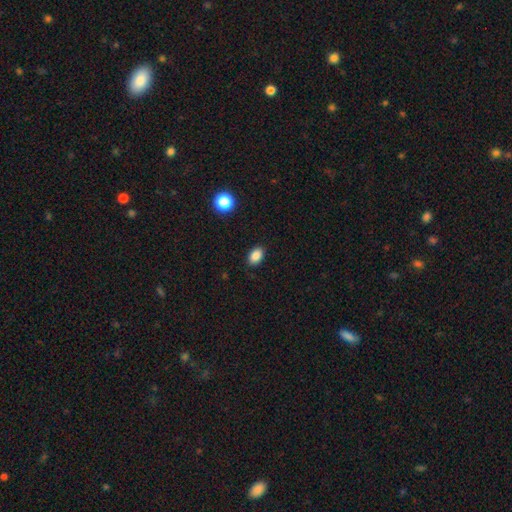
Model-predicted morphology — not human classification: type=smooth (87%); roundness=in between (86%); merging=none (89%).